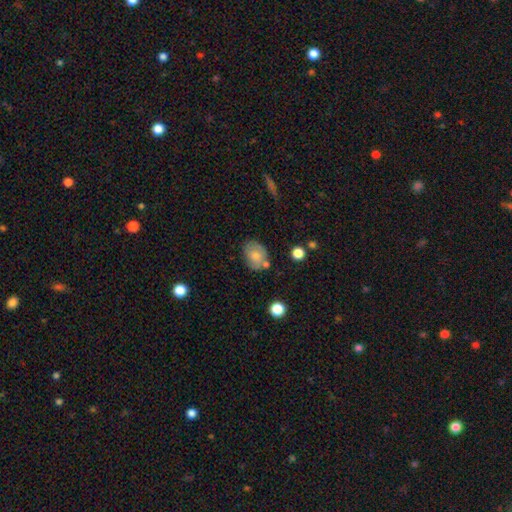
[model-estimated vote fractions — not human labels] A smooth galaxy with no disk features (73%) that is in between round and cigar-shaped (65%).

Vote fractions:
- Smooth or featured? smooth: 73% / featured or disk: 19% / star or artifact: 8%
- How rounded? in between: 65% / round: 34% / cigar-shaped: 1%
- Merging? none: 64% / minor disturbance: 20% / merger: 10% / major disturbance: 6%